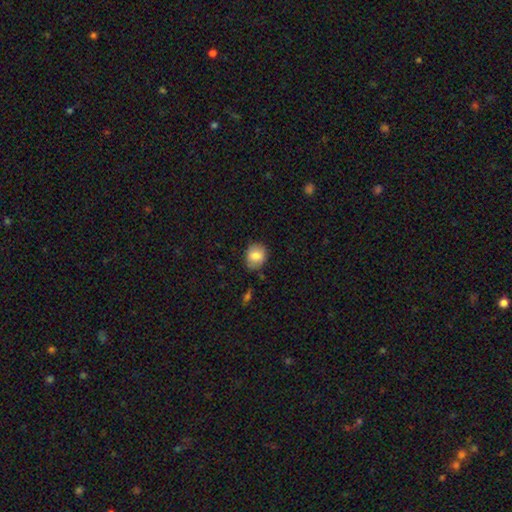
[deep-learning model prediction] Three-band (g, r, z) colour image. It shows a smooth galaxy with no disk features (82%) that is round (65%). Merging: none (78%).